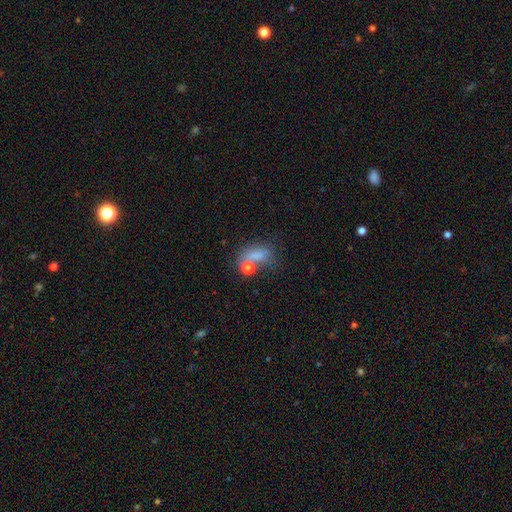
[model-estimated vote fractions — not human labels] Smooth or featured? Predicted: smooth (p=0.68). How rounded? Predicted: in between (p=0.71). Merging? Predicted: none (p=0.39).